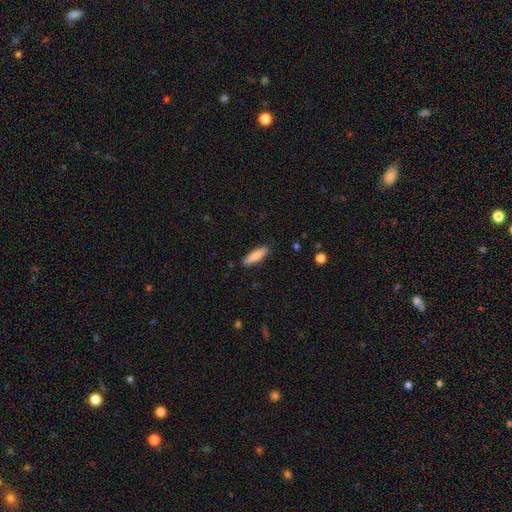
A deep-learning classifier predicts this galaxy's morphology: Q: Smooth or featured?
A: smooth (81%); runner-up: featured or disk (13%)
Q: How rounded?
A: cigar-shaped (67%); runner-up: in between (31%)
Q: Merging?
A: none (89%); runner-up: minor disturbance (8%)